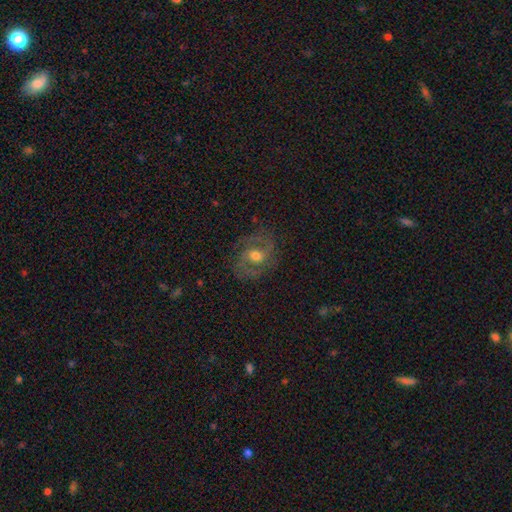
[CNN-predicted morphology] Smooth or featured? Predicted: featured or disk (p=0.77). Edge-on disk? Predicted: no (p=0.97). Bar? Predicted: no (p=0.47). Spiral arms? Predicted: yes (p=0.90). Spiral winding? Predicted: medium (p=0.55). Spiral arm count? Predicted: 2 (p=0.78). Bulge size? Predicted: moderate (p=0.70). Merging? Predicted: none (p=0.74).